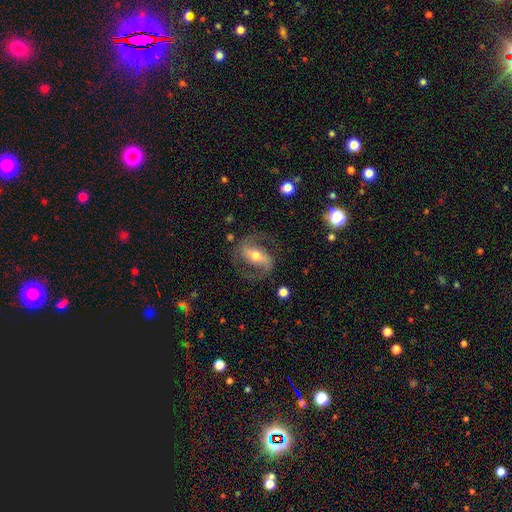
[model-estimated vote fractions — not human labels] smooth_or_featured: featured or disk (p=0.85) [alt: smooth p=0.09]
disk_edge_on: no (p=0.96) [alt: yes p=0.04]
bar: strong (p=0.52) [alt: weak p=0.32]
has_spiral_arms: yes (p=0.93) [alt: no p=0.07]
spiral_winding: medium (p=0.56) [alt: loose p=0.27]
spiral_arm_count: 2 (p=0.92) [alt: can't tell p=0.03]
bulge_size: moderate (p=0.66) [alt: small p=0.26]
merging: none (p=0.77) [alt: minor disturbance p=0.13]